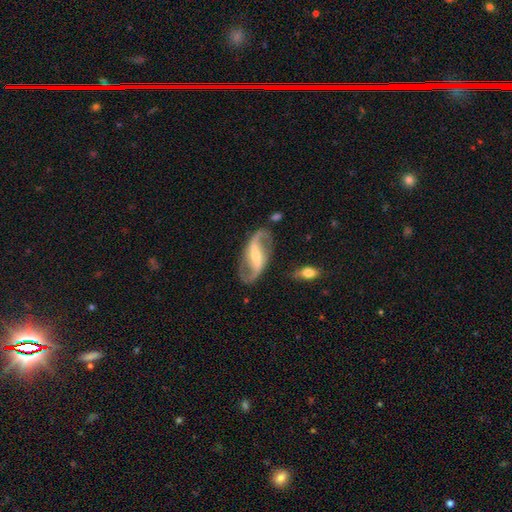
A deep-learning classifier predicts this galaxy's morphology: A featured or disk galaxy (90%) with a strong bar (57%), 2 (93%) loose (56%) spiral arms (95%) and a small central bulge (52%).

Vote fractions:
- Smooth or featured? featured or disk: 90% / smooth: 6% / star or artifact: 4%
- Edge-on disk? no: 96% / yes: 4%
- Bar? strong: 57% / weak: 30% / no: 13%
- Spiral arms? yes: 95% / no: 5%
- Spiral winding? loose: 56% / medium: 35% / tight: 9%
- Spiral arm count? 2: 93% / can't tell: 2% / 1: 2% / 3: 1% / 4: 1% / more than 4: 1%
- Bulge size? small: 52% / moderate: 42% / large: 3% / none: 2% / dominant: 1%
- Merging? none: 81% / minor disturbance: 12% / major disturbance: 5% / merger: 2%